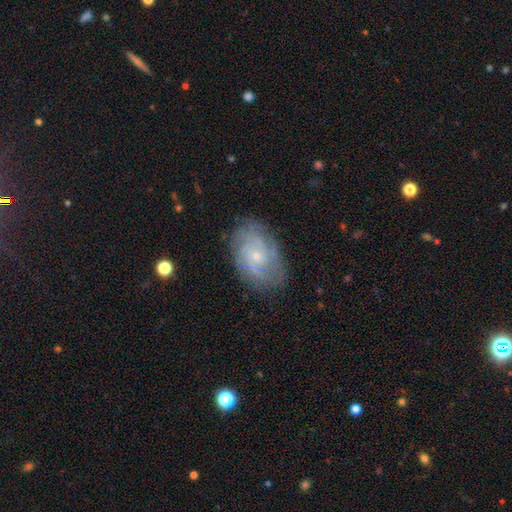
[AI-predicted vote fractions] Morphology: type=featured or disk (75%); edge-on=no (96%); bar=no (70%); spiral arms=yes (92%); winding=tight (58%); arm count=can't tell (41%); bulge=small (75%); merging=none (78%).